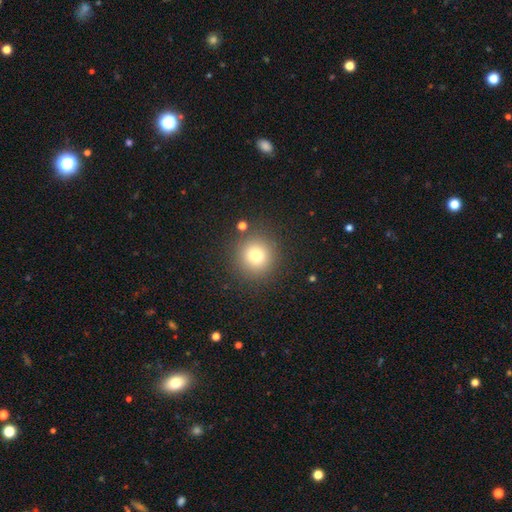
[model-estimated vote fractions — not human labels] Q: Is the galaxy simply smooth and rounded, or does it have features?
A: smooth — 76%.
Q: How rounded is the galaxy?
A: round — 94%.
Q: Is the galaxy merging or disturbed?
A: none — 87%.